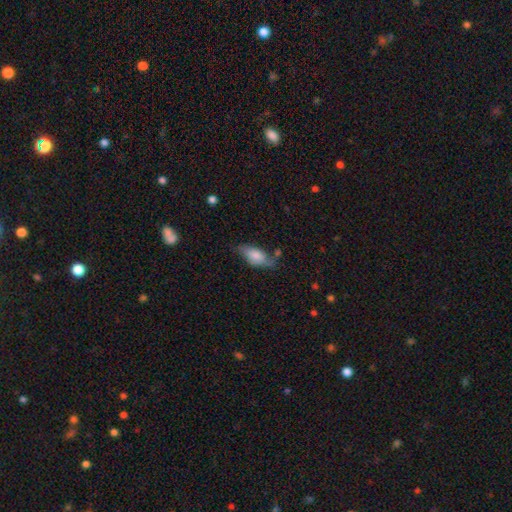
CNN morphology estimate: smooth 71%, featured or disk 22%, star or artifact 7%. Down the decision tree: how rounded — in between (85%); merging — none (49%).